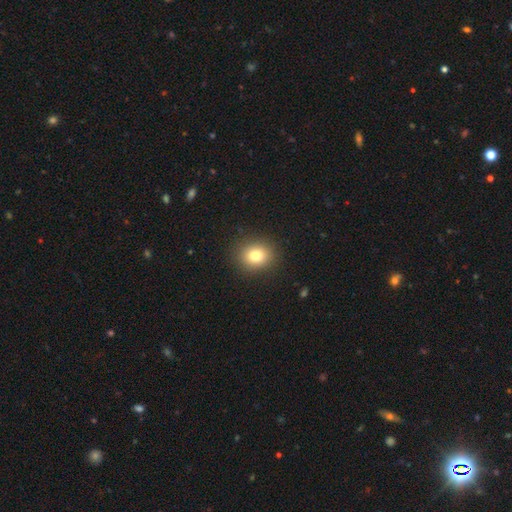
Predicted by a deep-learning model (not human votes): smooth-or-featured: smooth: 79% | star or artifact: 12% | featured or disk: 9%
  how-rounded: round: 70% | in between: 29% | cigar-shaped: 1%
  merging: none: 89% | minor disturbance: 7% | major disturbance: 3% | merger: 1%